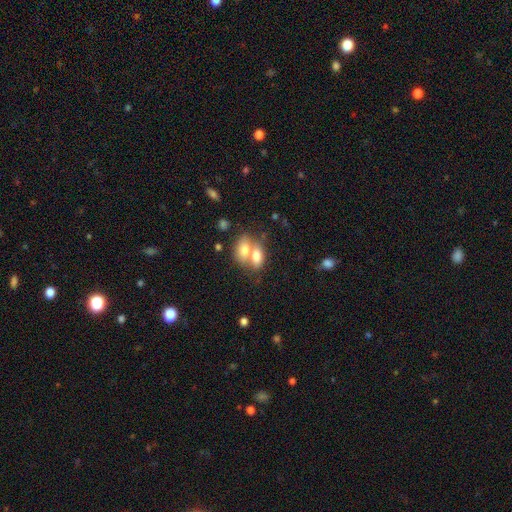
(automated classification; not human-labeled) Smooth or featured: smooth — 76% (featured or disk — 17%)
How rounded: in between — 85% (round — 12%)
Merging: merger — 68% (none — 22%)